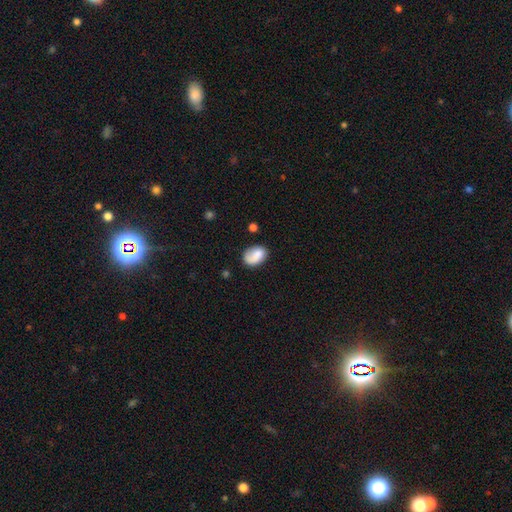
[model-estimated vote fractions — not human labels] Overall: smooth (75%). How rounded: in between (79%). Merging: none (62%; minor disturbance 23%).